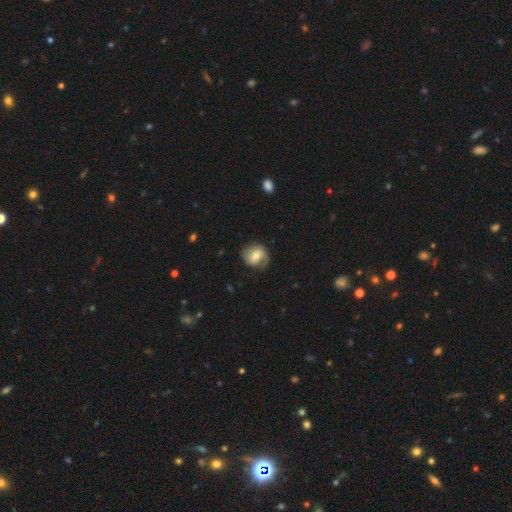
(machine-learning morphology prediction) The model was most divided on "bar": weak: 45%, no: 38%, strong: 17%. More confident: edge-on disk — no (97%); spiral arms — yes (85%); merging — none (70%); bulge size — moderate (57%); smooth or featured — featured or disk (56%).